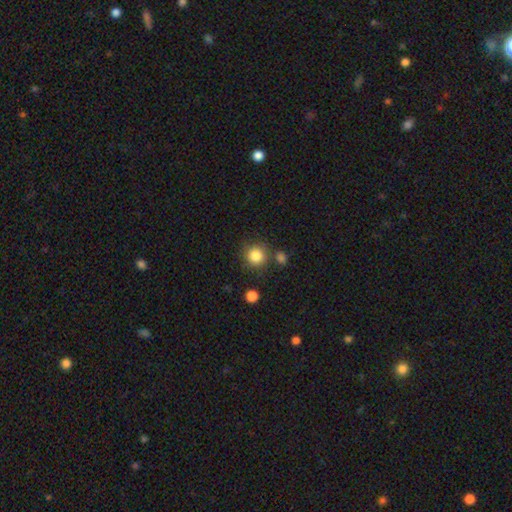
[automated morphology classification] smooth 85%, star or artifact 10%, featured or disk 5%. Down the decision tree: how rounded — round (92%); merging — none (79%).